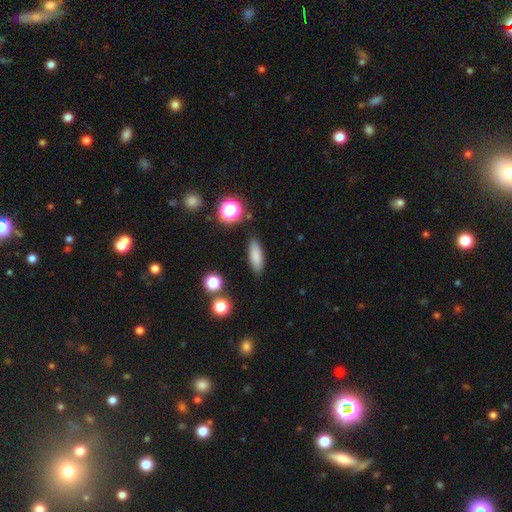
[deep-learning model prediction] Overall: smooth (82%). How rounded: in between (59%; cigar-shaped 37%). Merging: none (87%).